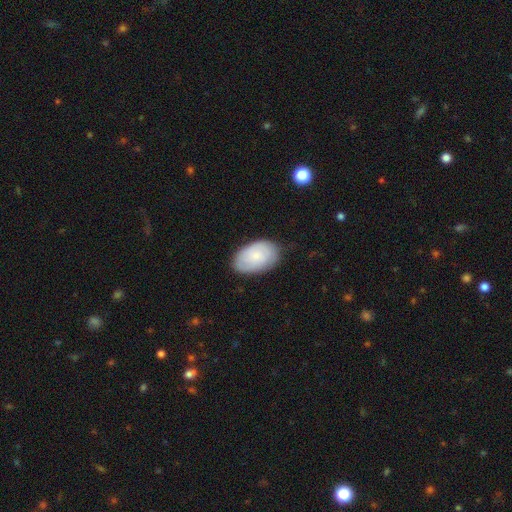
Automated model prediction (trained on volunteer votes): Smooth or featured? Predicted: smooth (p=0.72). How rounded? Predicted: in between (p=0.92). Merging? Predicted: none (p=0.80).